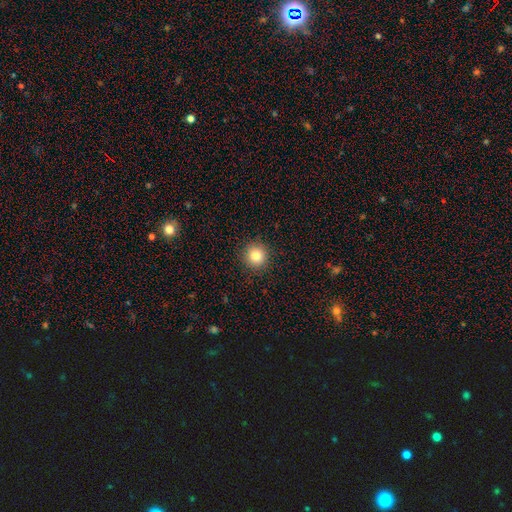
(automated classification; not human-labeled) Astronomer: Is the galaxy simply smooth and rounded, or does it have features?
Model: smooth — 82%.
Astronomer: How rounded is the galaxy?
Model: round — 95%.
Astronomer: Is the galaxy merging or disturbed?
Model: none — 92%.